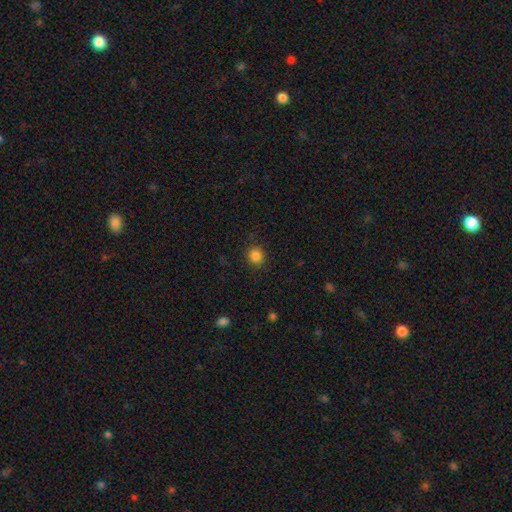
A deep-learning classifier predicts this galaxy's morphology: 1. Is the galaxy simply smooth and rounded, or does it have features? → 84% smooth, 12% star or artifact, 4% featured or disk.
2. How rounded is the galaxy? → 86% round, 13% in between, 1% cigar-shaped.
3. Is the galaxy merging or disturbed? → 89% none, 7% minor disturbance, 2% major disturbance, 1% merger.